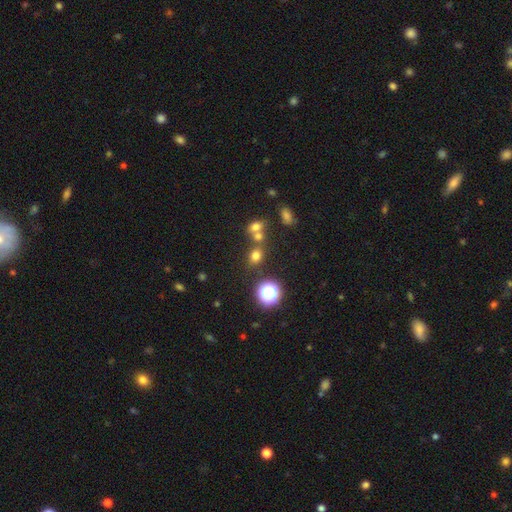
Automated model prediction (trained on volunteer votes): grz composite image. It shows a smooth galaxy with no disk features (69%) that is round (62%). Merging: none (63%).